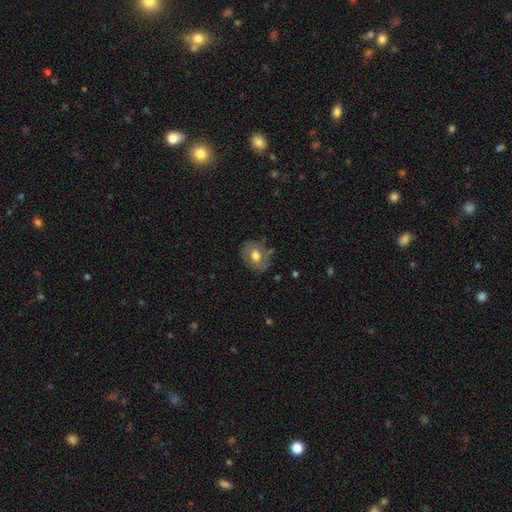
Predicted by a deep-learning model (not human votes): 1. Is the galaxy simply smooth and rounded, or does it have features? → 62% smooth, 29% featured or disk, 8% star or artifact.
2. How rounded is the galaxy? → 60% round, 39% in between, 1% cigar-shaped.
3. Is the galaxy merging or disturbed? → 72% none, 20% minor disturbance, 6% major disturbance, 2% merger.